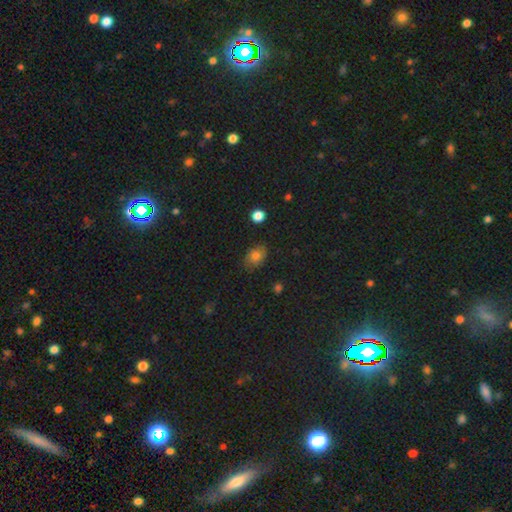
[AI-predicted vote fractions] smooth 80%, star or artifact 11%, featured or disk 8%. Down the decision tree: how rounded — in between (75%); merging — none (78%).